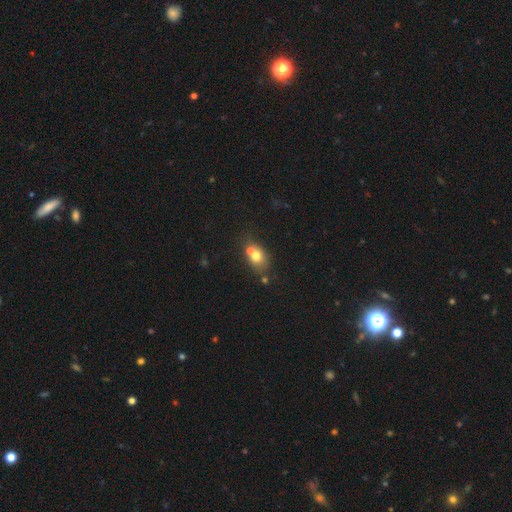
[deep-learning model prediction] A smooth galaxy with no disk features (68%) that is in between round and cigar-shaped (53%).

Vote fractions:
- Smooth or featured? smooth: 68% / featured or disk: 19% / star or artifact: 12%
- How rounded? in between: 53% / round: 45% / cigar-shaped: 2%
- Merging? none: 43% / merger: 41% / minor disturbance: 11% / major disturbance: 5%